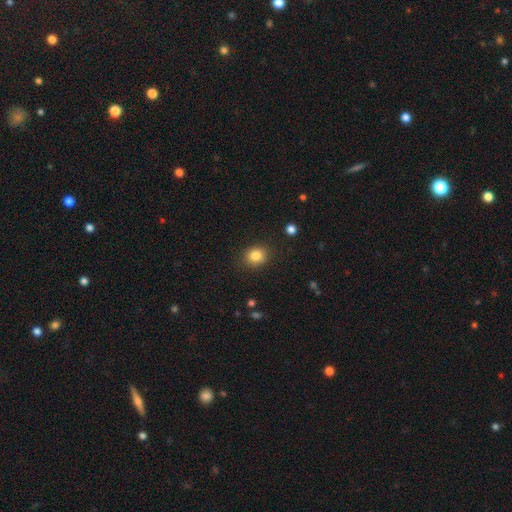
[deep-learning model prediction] This is clearly a smooth galaxy (83%). How rounded: likely round (72%). Merging: clearly none (87%).